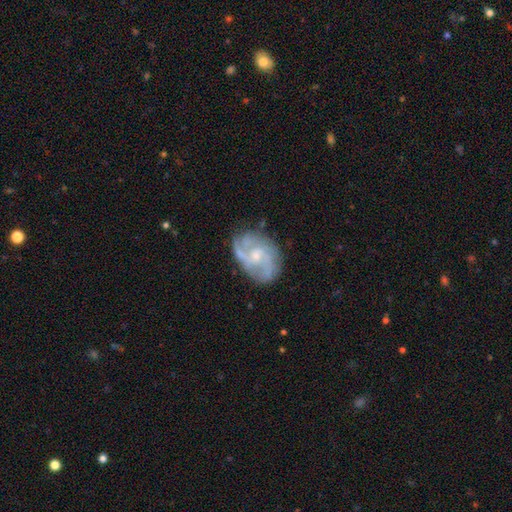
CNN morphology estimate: A featured or disk galaxy (81%) with no bar (59%), 2 (41%) medium (48%) spiral arms (92%) and a small central bulge (59%).

Vote fractions:
- Smooth or featured? featured or disk: 81% / smooth: 13% / star or artifact: 6%
- Edge-on disk? no: 97% / yes: 3%
- Bar? no: 59% / weak: 36% / strong: 5%
- Spiral arms? yes: 92% / no: 8%
- Spiral winding? medium: 48% / tight: 32% / loose: 21%
- Spiral arm count? 2: 41% / 3: 23% / can't tell: 22% / 4: 7% / 1: 4% / more than 4: 4%
- Bulge size? small: 59% / moderate: 34% / none: 5% / large: 2% / dominant: 1%
- Merging? none: 70% / minor disturbance: 20% / major disturbance: 8% / merger: 2%